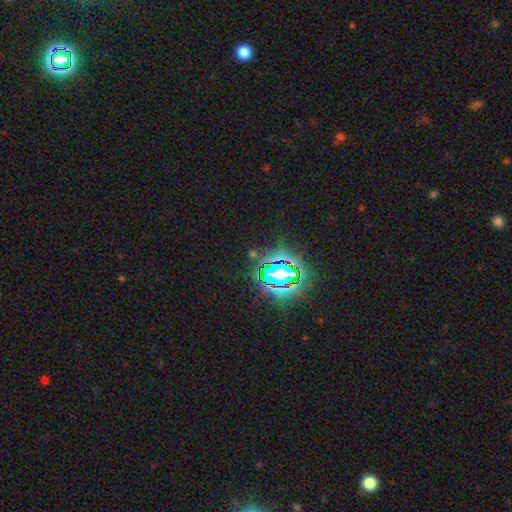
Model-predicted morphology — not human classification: type=star or artifact (79%).